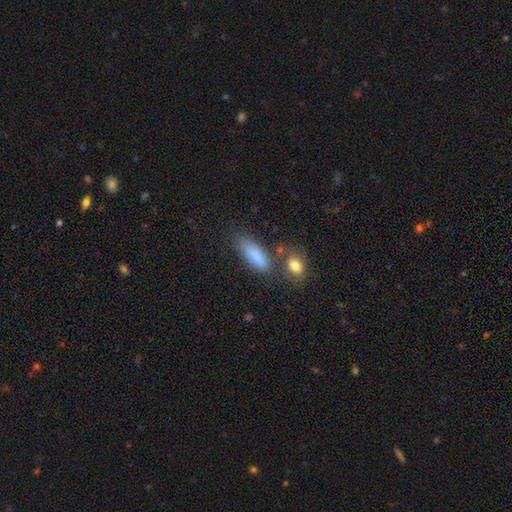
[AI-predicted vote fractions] smooth_or_featured: smooth (p=0.84) [alt: star or artifact p=0.08]
how_rounded: in between (p=0.65) [alt: cigar-shaped p=0.32]
merging: none (p=0.61) [alt: minor disturbance p=0.18]